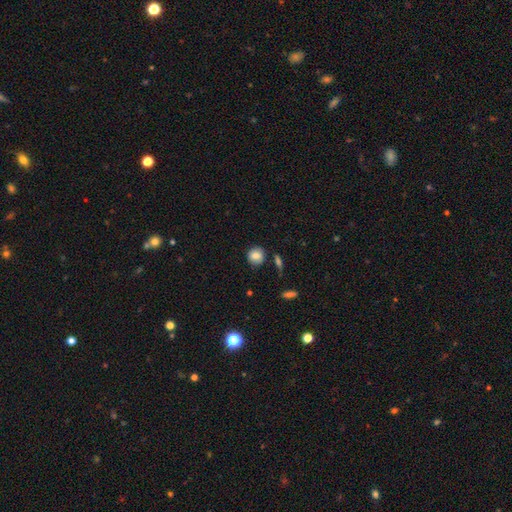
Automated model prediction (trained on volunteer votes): A smooth galaxy with no disk features (81%) that is round (85%).

Vote fractions:
- Smooth or featured? smooth: 81% / featured or disk: 10% / star or artifact: 9%
- How rounded? round: 85% / in between: 14% / cigar-shaped: 1%
- Merging? none: 81% / minor disturbance: 12% / merger: 4% / major disturbance: 3%